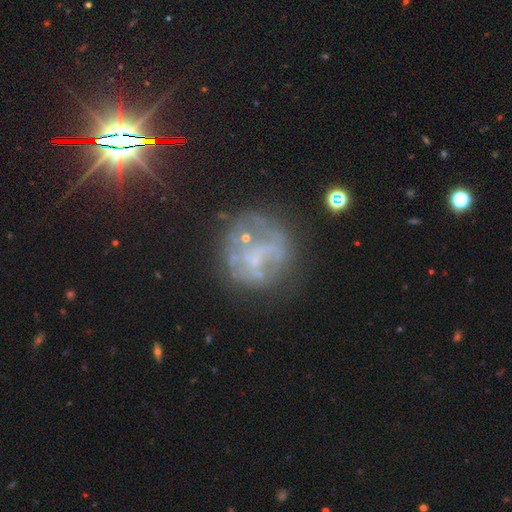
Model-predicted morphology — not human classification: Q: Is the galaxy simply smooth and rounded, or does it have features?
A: featured or disk — 59%.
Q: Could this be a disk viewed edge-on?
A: no — 98%.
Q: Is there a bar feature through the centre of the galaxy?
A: no — 79%.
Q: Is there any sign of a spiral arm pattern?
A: no — 75%.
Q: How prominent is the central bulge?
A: none — 58%.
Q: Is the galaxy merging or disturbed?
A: none — 60%.